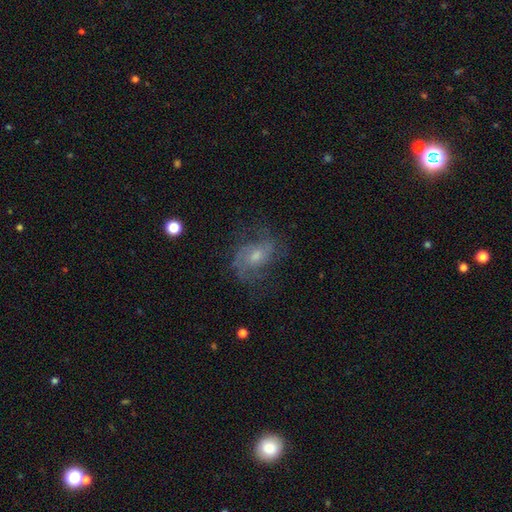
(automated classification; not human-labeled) Smooth or featured?
  - featured or disk: 71% *
  - smooth: 19%
  - star or artifact: 10%
Edge-on disk?
  - no: 97% *
  - yes: 3%
Bar?
  - no: 61% *
  - weak: 34%
  - strong: 5%
Spiral arms?
  - yes: 87% *
  - no: 13%
Spiral winding?
  - medium: 48% *
  - loose: 28%
  - tight: 23%
Spiral arm count?
  - 2: 53% *
  - can't tell: 24%
  - 3: 11%
  - 1: 5%
  - 4: 4%
  - more than 4: 3%
Bulge size?
  - moderate: 48% *
  - small: 41%
  - none: 5%
  - large: 4%
  - dominant: 1%
Merging?
  - none: 61% *
  - minor disturbance: 20%
  - major disturbance: 17%
  - merger: 2%